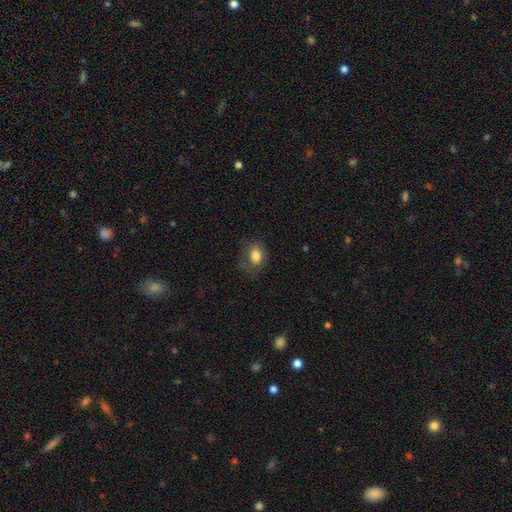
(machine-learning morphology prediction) Smooth or featured: smooth — 81% (featured or disk — 10%)
How rounded: in between — 71% (round — 28%)
Merging: none — 62% (minor disturbance — 24%)